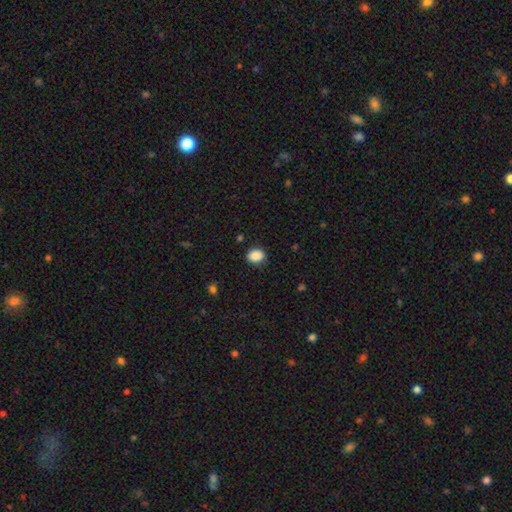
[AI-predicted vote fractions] This is clearly a smooth galaxy (88%). How rounded: possibly in between (54%). Merging: clearly none (81%).